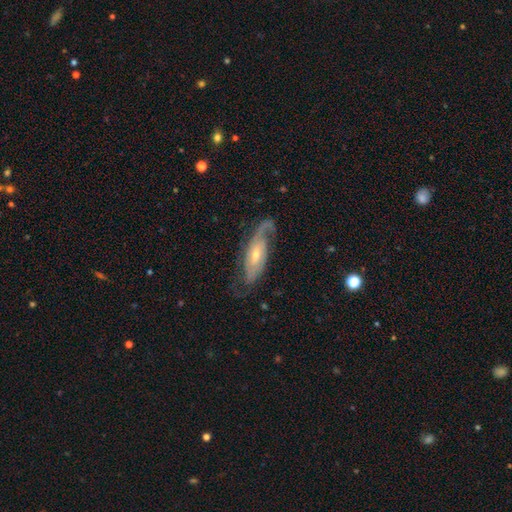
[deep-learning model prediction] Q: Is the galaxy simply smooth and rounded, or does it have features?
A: featured or disk — 76%.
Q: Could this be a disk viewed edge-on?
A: no — 82%.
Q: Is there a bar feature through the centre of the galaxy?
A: no — 63%.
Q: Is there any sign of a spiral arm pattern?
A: yes — 90%.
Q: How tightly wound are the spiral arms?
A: medium — 40%.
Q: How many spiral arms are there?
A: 2 — 59%.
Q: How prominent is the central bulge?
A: small — 55%.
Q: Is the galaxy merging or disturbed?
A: none — 68%.